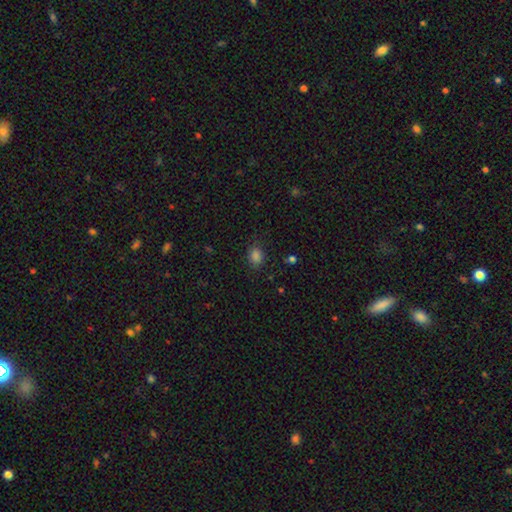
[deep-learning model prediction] A smooth galaxy with no disk features (81%) that is in between round and cigar-shaped (57%).

Vote fractions:
- Smooth or featured? smooth: 81% / star or artifact: 15% / featured or disk: 4%
- How rounded? in between: 57% / round: 42% / cigar-shaped: 1%
- Merging? none: 81% / minor disturbance: 14% / major disturbance: 4% / merger: 1%